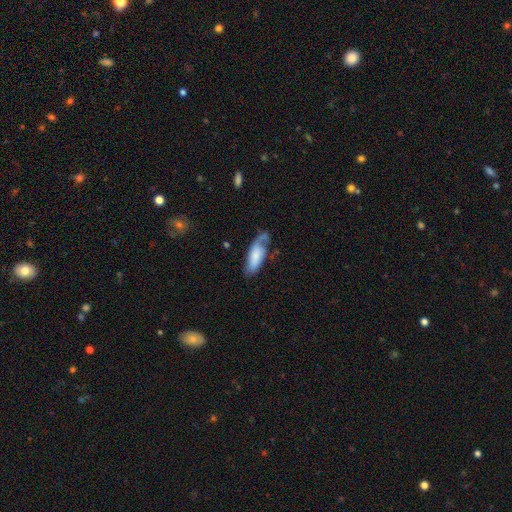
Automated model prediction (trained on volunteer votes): A smooth galaxy with no disk features (61%) that is in between round and cigar-shaped (73%). Merging: none (44%).